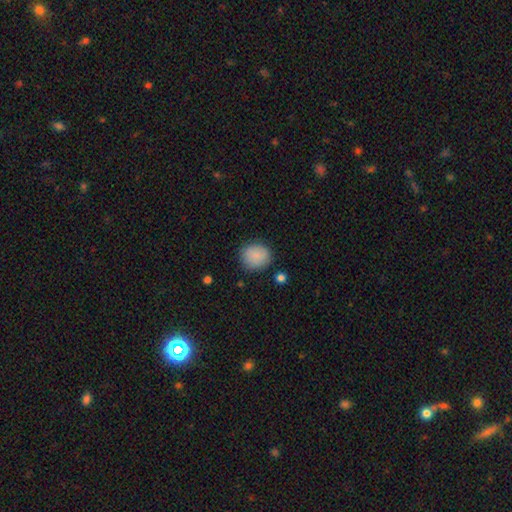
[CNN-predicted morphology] Overall: smooth (88%). How rounded: round (80%). Merging: none (85%).